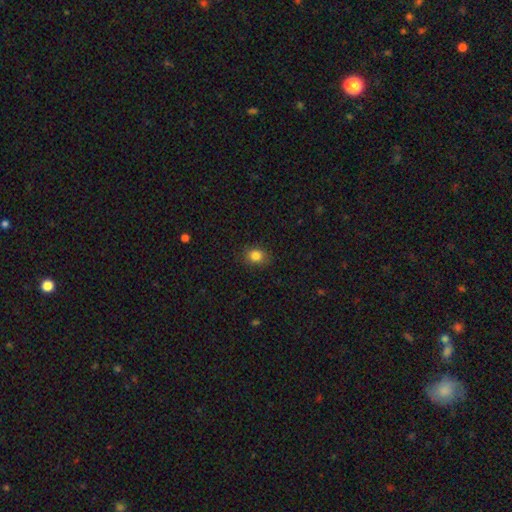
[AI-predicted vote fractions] smooth_or_featured: smooth (p=0.83) [alt: star or artifact p=0.11]
how_rounded: round (p=0.55) [alt: in between p=0.44]
merging: none (p=0.84) [alt: minor disturbance p=0.12]